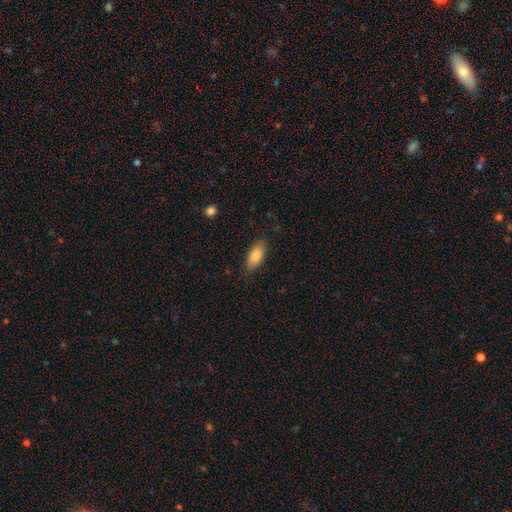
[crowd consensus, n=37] smooth-or-featured: smooth: 92% | star or artifact: 5% | featured or disk: 3%
  how-rounded: in between: 82% | cigar-shaped: 18% | round: 0%
  merging: none: 91% | minor disturbance: 9% | major disturbance: 0% | merger: 0%